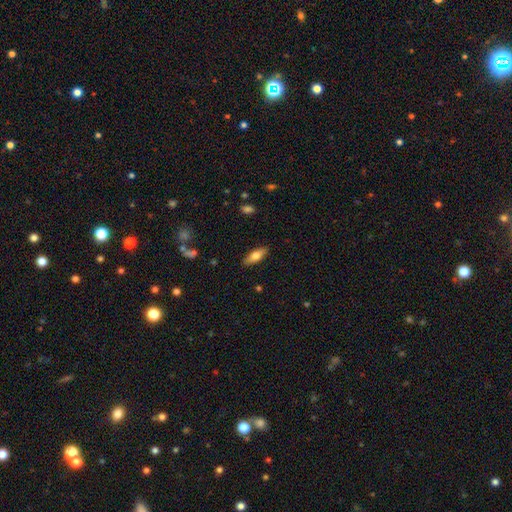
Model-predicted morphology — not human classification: A smooth galaxy with no disk features (72%) that is in between round and cigar-shaped (68%).

Vote fractions:
- Smooth or featured? smooth: 72% / featured or disk: 22% / star or artifact: 6%
- How rounded? in between: 68% / cigar-shaped: 30% / round: 2%
- Merging? none: 87% / minor disturbance: 9% / major disturbance: 2% / merger: 1%